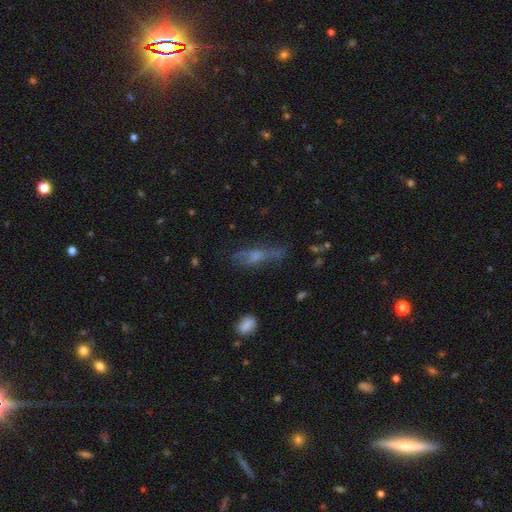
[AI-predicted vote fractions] Smooth or featured? featured or disk (44%)
Merging? none (58%)